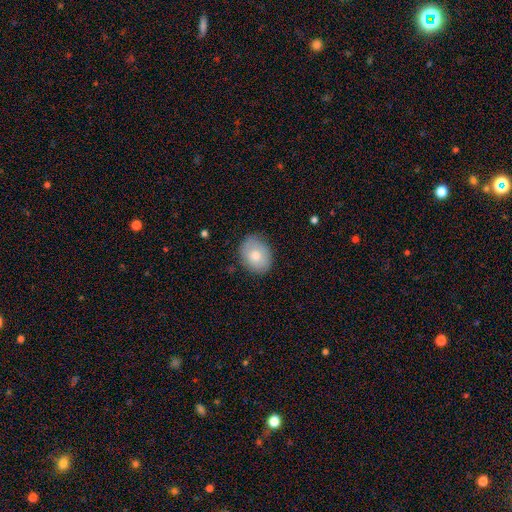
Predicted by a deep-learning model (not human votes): Smooth or featured?
  - smooth: 75% *
  - featured or disk: 18%
  - star or artifact: 7%
How rounded?
  - in between: 56% *
  - round: 43%
  - cigar-shaped: 1%
Merging?
  - none: 79% *
  - minor disturbance: 16%
  - major disturbance: 4%
  - merger: 1%